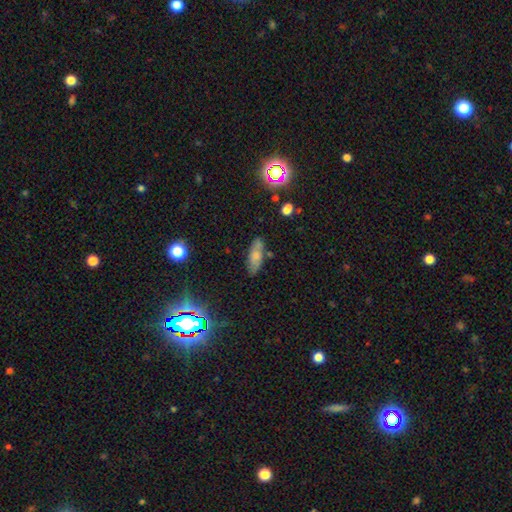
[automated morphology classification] type=smooth (67%); roundness=in between (70%); merging=none (78%).